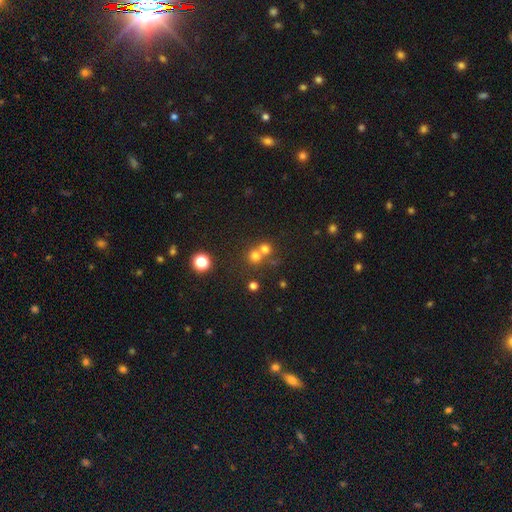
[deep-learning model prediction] Overall: smooth (71%). How rounded: round (90%). Merging: none (50%; merger 43%).